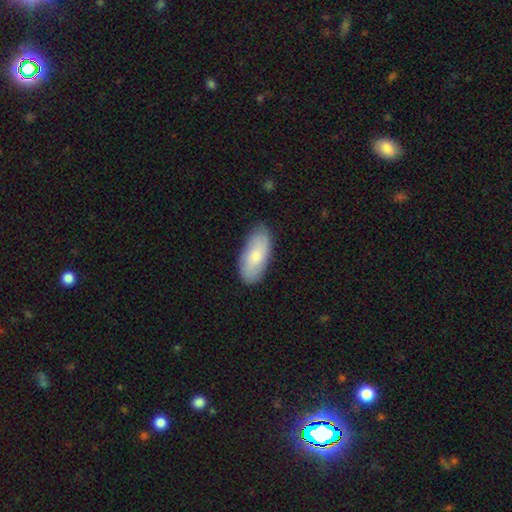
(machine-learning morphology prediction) Smooth or featured?
  - smooth: 74% *
  - featured or disk: 20%
  - star or artifact: 6%
How rounded?
  - in between: 90% *
  - cigar-shaped: 8%
  - round: 2%
Merging?
  - none: 83% *
  - minor disturbance: 13%
  - major disturbance: 2%
  - merger: 1%